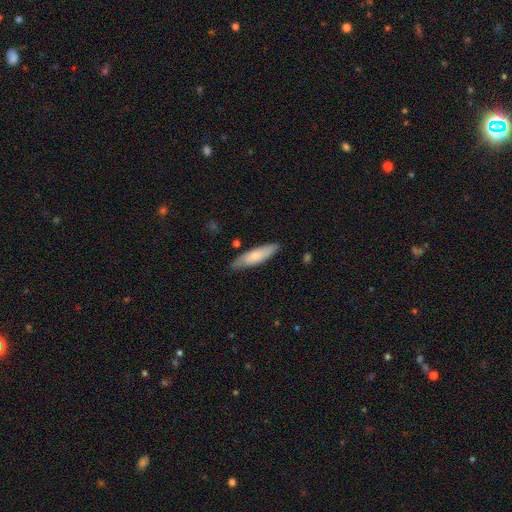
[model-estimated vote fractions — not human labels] smooth 70%, featured or disk 25%, star or artifact 5%. Down the decision tree: how rounded — cigar-shaped (56%); merging — none (78%).